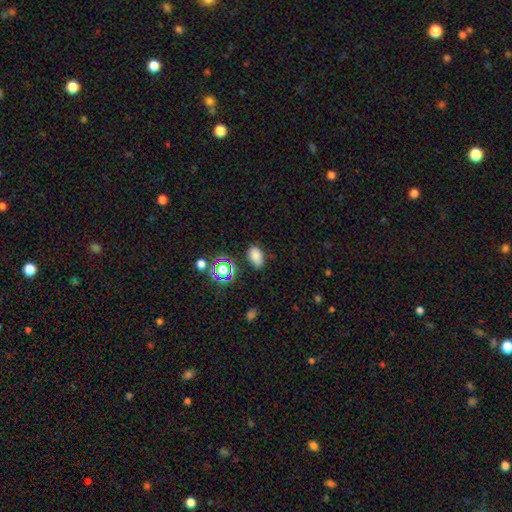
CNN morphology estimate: type=smooth (78%); roundness=in between (87%); merging=none (76%).